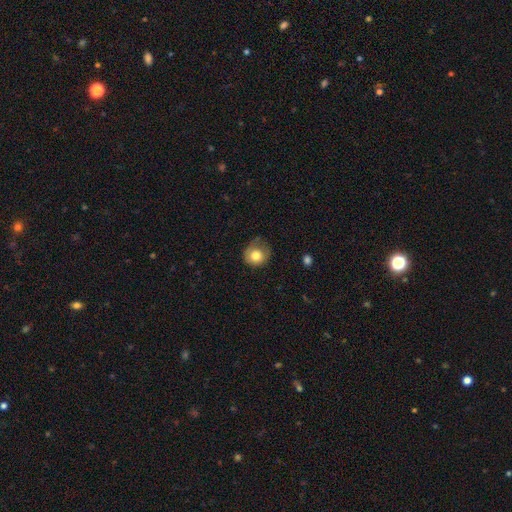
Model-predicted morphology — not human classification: Smooth or featured?
  - smooth: 77% *
  - featured or disk: 14%
  - star or artifact: 9%
How rounded?
  - round: 86% *
  - in between: 13%
  - cigar-shaped: 1%
Merging?
  - none: 58% *
  - minor disturbance: 29%
  - major disturbance: 11%
  - merger: 1%